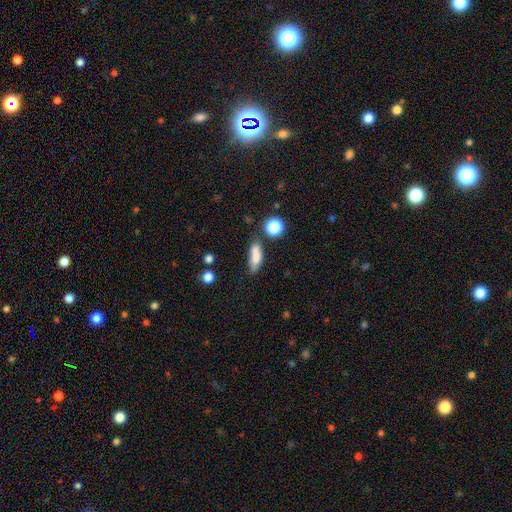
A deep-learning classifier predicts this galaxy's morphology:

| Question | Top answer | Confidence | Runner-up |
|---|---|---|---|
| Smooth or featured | smooth | 78% | featured or disk (12%) |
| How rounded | in between | 55% | cigar-shaped (40%) |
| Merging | none | 57% | minor disturbance (23%) |